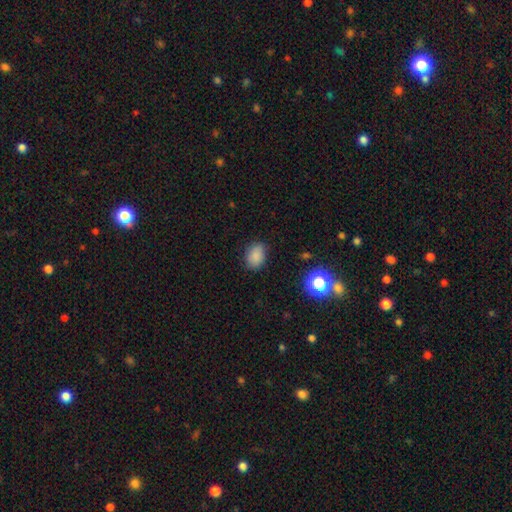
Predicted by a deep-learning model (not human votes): smooth-or-featured: smooth: 84% | star or artifact: 11% | featured or disk: 5%
  how-rounded: in between: 70% | round: 29% | cigar-shaped: 1%
  merging: none: 80% | minor disturbance: 16% | major disturbance: 3% | merger: 1%